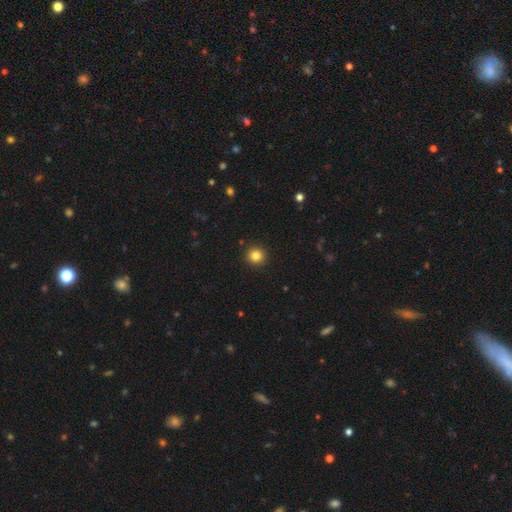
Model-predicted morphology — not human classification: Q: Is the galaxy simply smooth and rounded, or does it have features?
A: smooth — 83%.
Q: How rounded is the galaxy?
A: round — 95%.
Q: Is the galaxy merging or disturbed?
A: none — 93%.